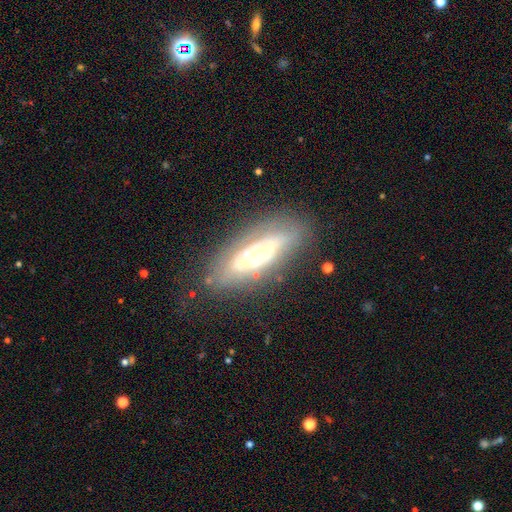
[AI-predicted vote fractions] Smooth or featured? featured or disk (66%)
Edge-on disk? no (74%)
Merging? none (73%)